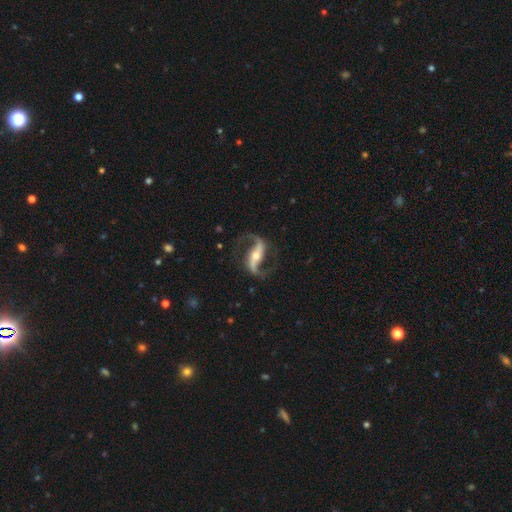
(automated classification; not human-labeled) Overall: featured or disk (92%). Edge-on disk: no (95%). Bar: strong (57%; weak 24%). Spiral arms: yes (97%). Spiral arm count: 2 (94%). Spiral winding: loose (63%; medium 30%). Bulge size: moderate (54%; small 39%). Merging: none (81%).